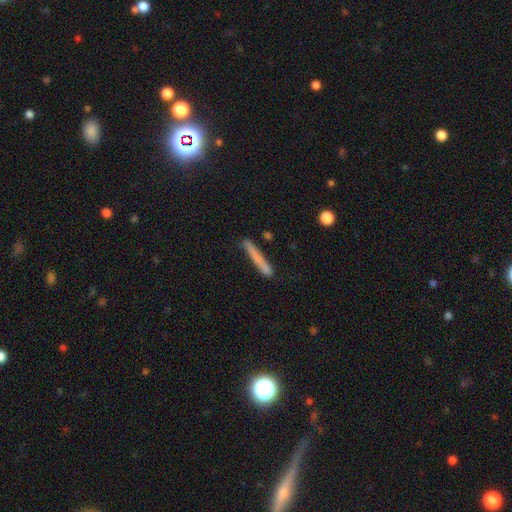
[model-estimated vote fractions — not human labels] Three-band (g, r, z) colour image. It shows a smooth galaxy with no disk features (72%) that is cigar-shaped (95%). Merging: none (77%).